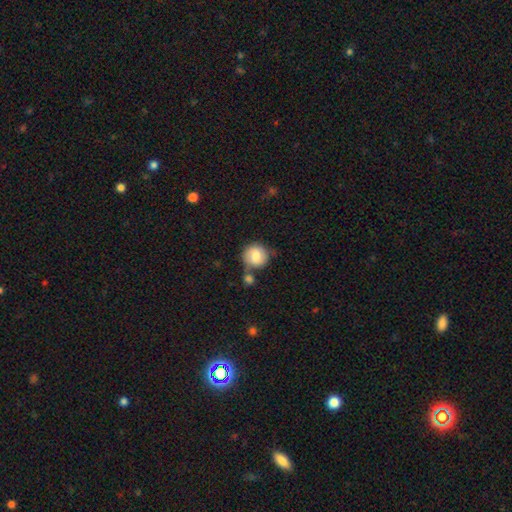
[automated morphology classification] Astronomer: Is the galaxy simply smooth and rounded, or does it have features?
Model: smooth — 79%.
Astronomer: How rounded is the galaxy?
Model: round — 88%.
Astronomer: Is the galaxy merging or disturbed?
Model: none — 59%.